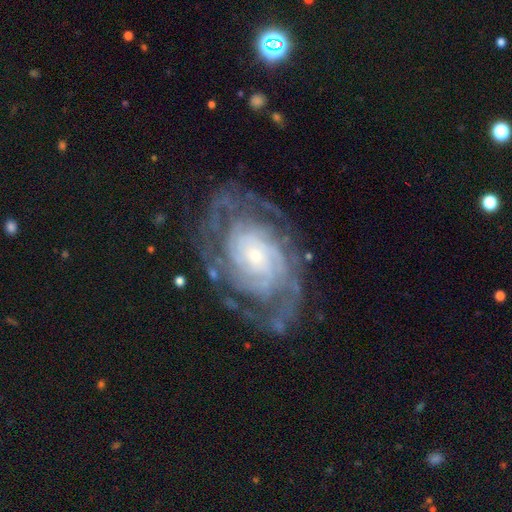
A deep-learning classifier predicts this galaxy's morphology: featured or disk 88%, smooth 7%, star or artifact 6%. Down the decision tree: edge-on disk — no (97%); bar — no (71%); spiral arms — yes (96%); spiral arm count — can't tell (35%); spiral winding — tight (72%); bulge size — small (73%); merging — none (71%).